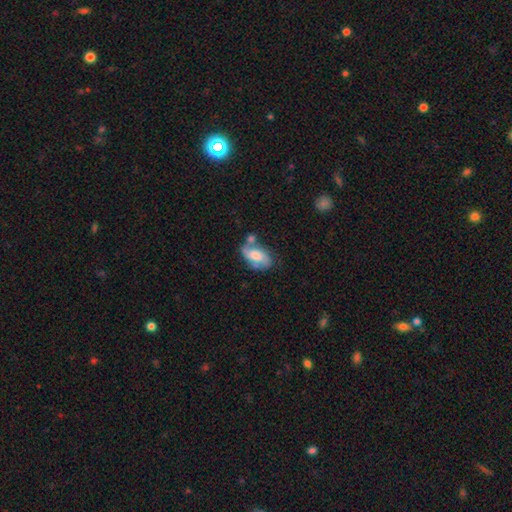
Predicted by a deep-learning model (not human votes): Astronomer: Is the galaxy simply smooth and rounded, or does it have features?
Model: featured or disk — 49% (runner-up: smooth, 43%).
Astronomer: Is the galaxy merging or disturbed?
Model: none — 43% (runner-up: minor disturbance, 23%).